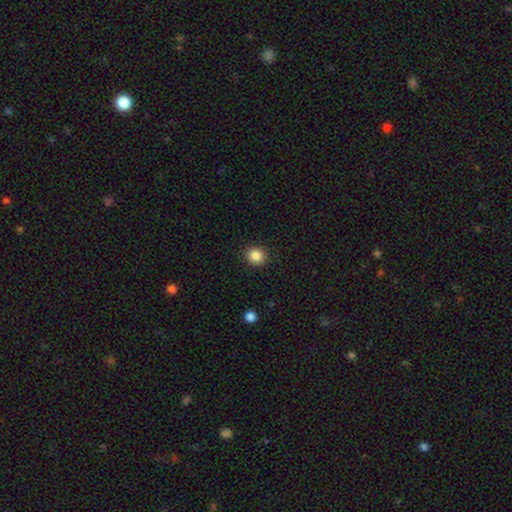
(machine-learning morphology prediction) A smooth galaxy with no disk features (86%) that is round (86%).

Vote fractions:
- Smooth or featured? smooth: 86% / star or artifact: 10% / featured or disk: 4%
- How rounded? round: 86% / in between: 14% / cigar-shaped: 1%
- Merging? none: 91% / minor disturbance: 6% / major disturbance: 2% / merger: 1%